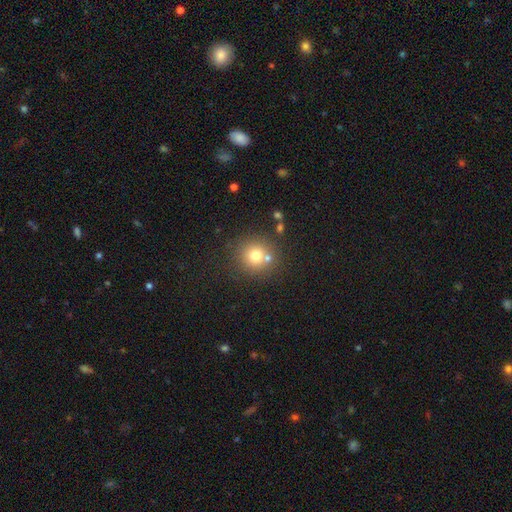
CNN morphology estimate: smooth 73%, star or artifact 14%, featured or disk 12%. Down the decision tree: how rounded — round (92%); merging — none (72%).